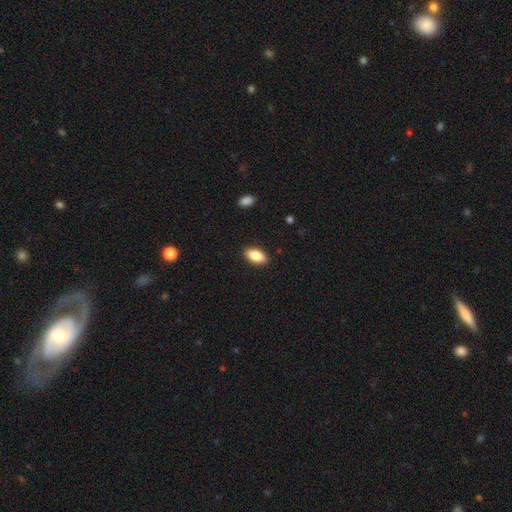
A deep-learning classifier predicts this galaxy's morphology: Overall: smooth (85%). How rounded: in between (91%). Merging: none (89%).